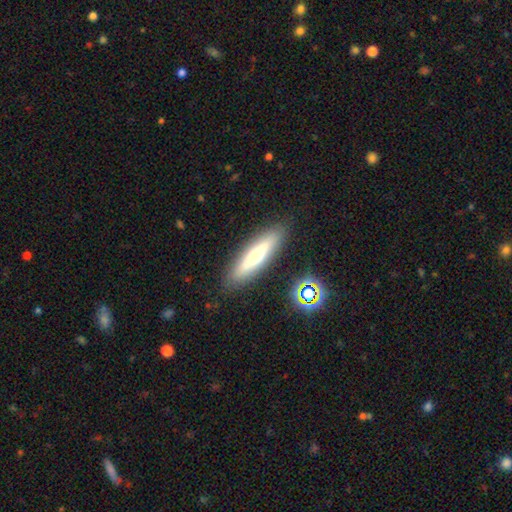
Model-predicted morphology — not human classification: smooth_or_featured: smooth (p=0.57) [alt: featured or disk p=0.35]
how_rounded: cigar-shaped (p=0.73) [alt: in between p=0.25]
merging: none (p=0.87) [alt: minor disturbance p=0.09]